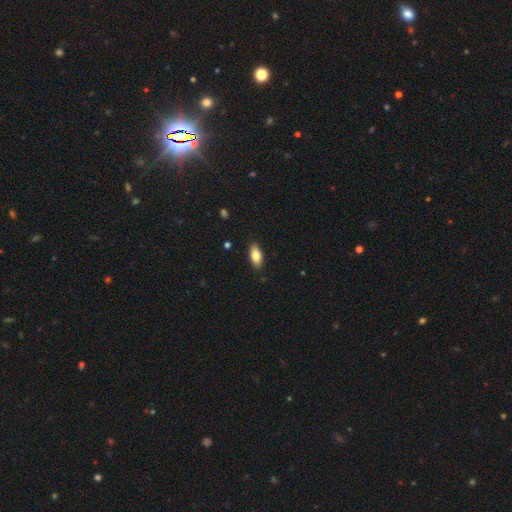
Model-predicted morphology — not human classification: Q: Smooth or featured?
A: smooth (80%); runner-up: featured or disk (14%)
Q: How rounded?
A: in between (86%); runner-up: cigar-shaped (11%)
Q: Merging?
A: none (88%); runner-up: minor disturbance (9%)